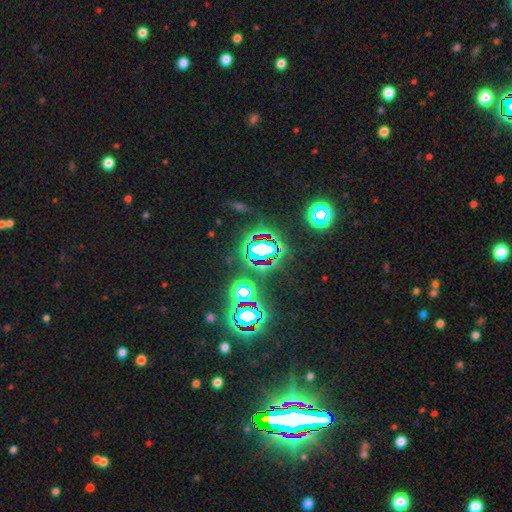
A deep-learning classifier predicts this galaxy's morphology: Smooth or featured?
  - star or artifact: 80% *
  - smooth: 11%
  - featured or disk: 9%